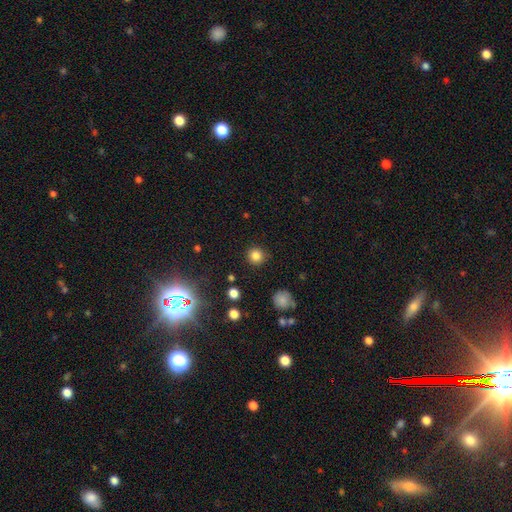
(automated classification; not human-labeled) Q: Smooth or featured?
A: smooth (81%); runner-up: star or artifact (14%)
Q: How rounded?
A: round (93%); runner-up: in between (6%)
Q: Merging?
A: none (89%); runner-up: minor disturbance (7%)